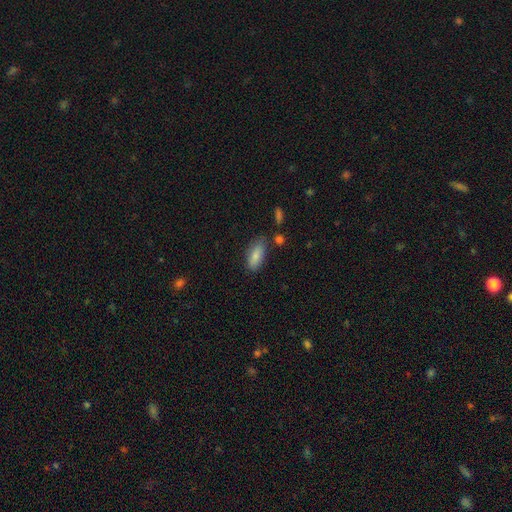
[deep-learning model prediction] Smooth or featured?
  - smooth: 84% *
  - featured or disk: 10%
  - star or artifact: 7%
How rounded?
  - in between: 85% *
  - cigar-shaped: 12%
  - round: 2%
Merging?
  - none: 71% *
  - minor disturbance: 19%
  - merger: 6%
  - major disturbance: 4%